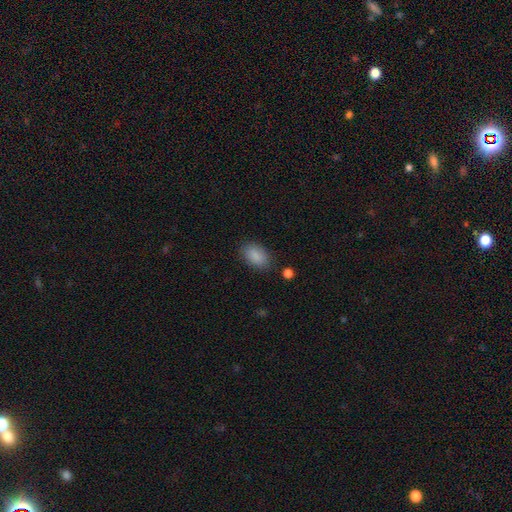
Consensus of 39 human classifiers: smooth 87%, star or artifact 10%, featured or disk 3%. Down the decision tree: how rounded — in between (94%); merging — none (83%).